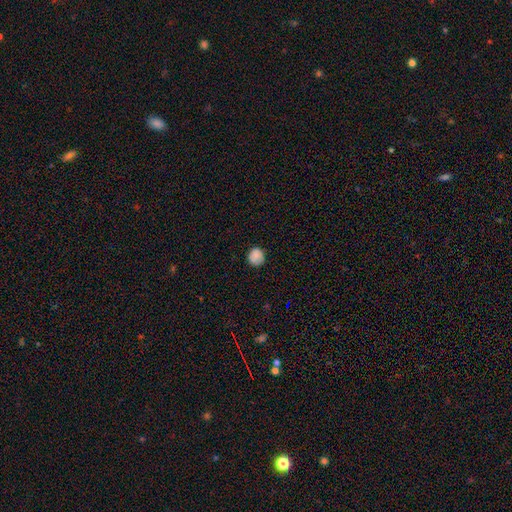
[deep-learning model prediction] A smooth galaxy with no disk features (86%) that is round (88%). Merging: none (83%).